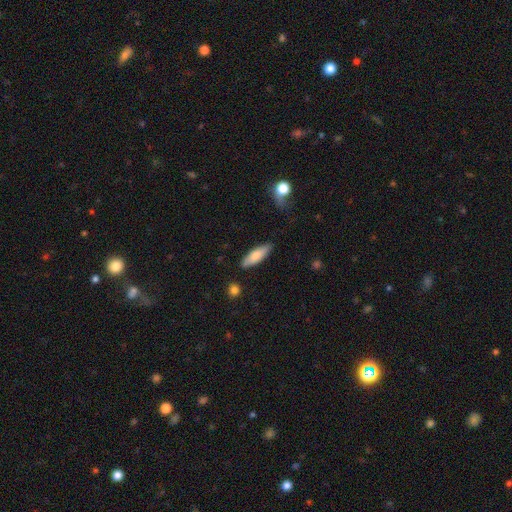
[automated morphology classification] Overall: smooth (78%). How rounded: in between (51%; cigar-shaped 47%). Merging: none (84%).